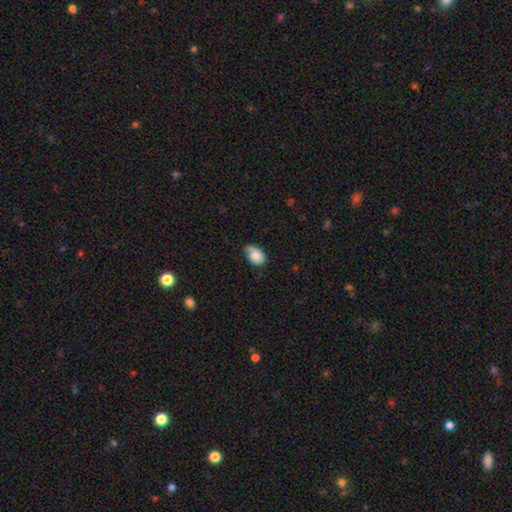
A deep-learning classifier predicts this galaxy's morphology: Q: Smooth or featured?
A: smooth (78%); runner-up: featured or disk (15%)
Q: How rounded?
A: in between (81%); runner-up: round (18%)
Q: Merging?
A: none (44%); runner-up: minor disturbance (39%)